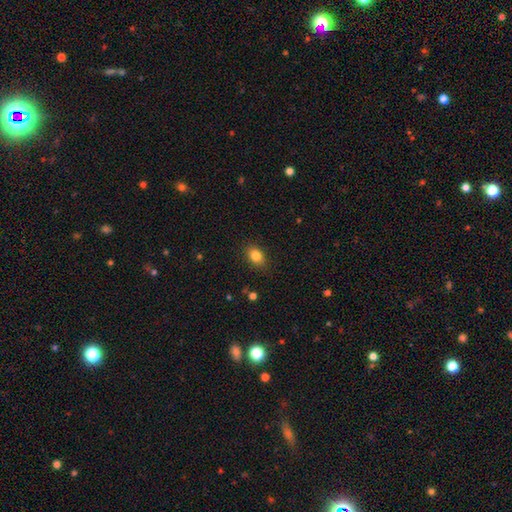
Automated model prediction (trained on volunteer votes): Smooth or featured? Predicted: smooth (p=0.84). How rounded? Predicted: in between (p=0.76). Merging? Predicted: none (p=0.86).